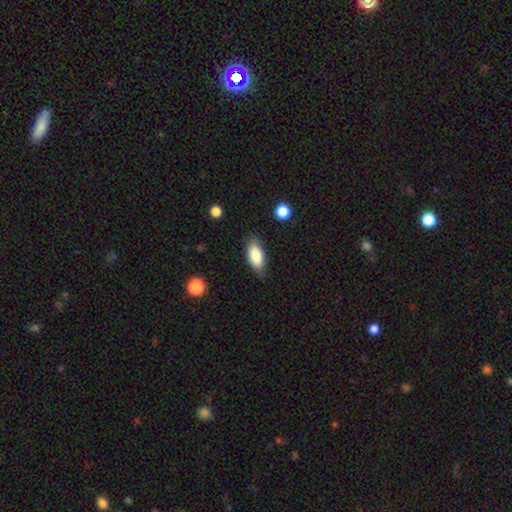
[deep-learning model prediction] This appears to be a smooth galaxy with no disk features (85%) that is in between round and cigar-shaped (86%). Merging: none (83%).